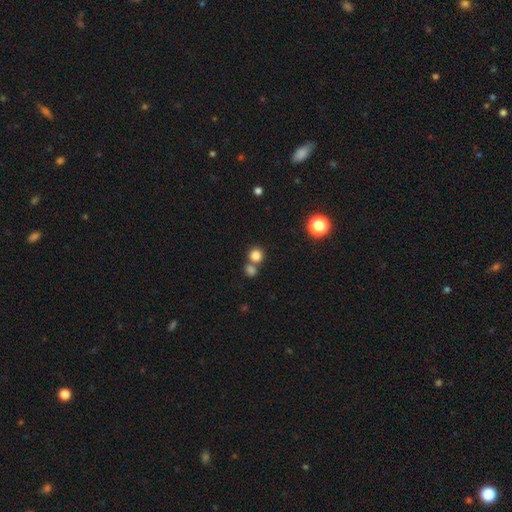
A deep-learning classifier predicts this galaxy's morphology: Q: Smooth or featured?
A: smooth (82%); runner-up: star or artifact (12%)
Q: How rounded?
A: round (89%); runner-up: in between (10%)
Q: Merging?
A: none (58%); runner-up: merger (33%)